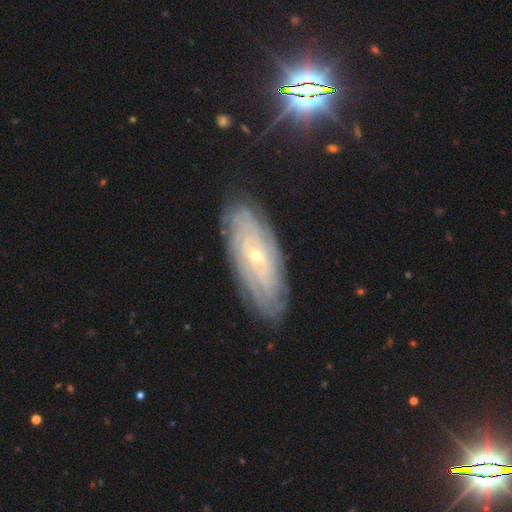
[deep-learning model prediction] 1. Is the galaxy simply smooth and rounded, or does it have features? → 81% featured or disk, 11% smooth, 7% star or artifact.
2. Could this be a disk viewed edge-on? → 87% no, 13% yes.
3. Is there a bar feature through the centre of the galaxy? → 49% no, 38% weak, 13% strong.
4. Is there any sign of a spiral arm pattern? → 93% yes, 7% no.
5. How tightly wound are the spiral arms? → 81% tight, 15% medium, 4% loose.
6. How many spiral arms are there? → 52% can't tell, 12% more than 4, 12% 4, 9% 2, 8% 3, 5% 1.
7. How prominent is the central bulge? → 69% small, 28% moderate, 1% large, 1% none, 1% dominant.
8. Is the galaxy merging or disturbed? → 83% none, 12% minor disturbance, 3% major disturbance, 1% merger.